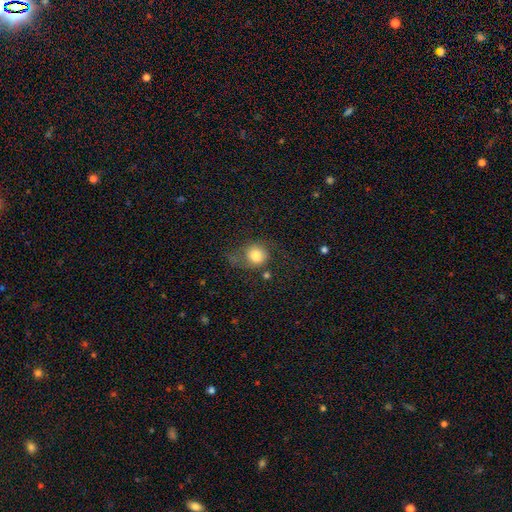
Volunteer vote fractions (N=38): This appears to be a smooth galaxy with no disk features (82%) that is round (81%). Merging: none (47%).